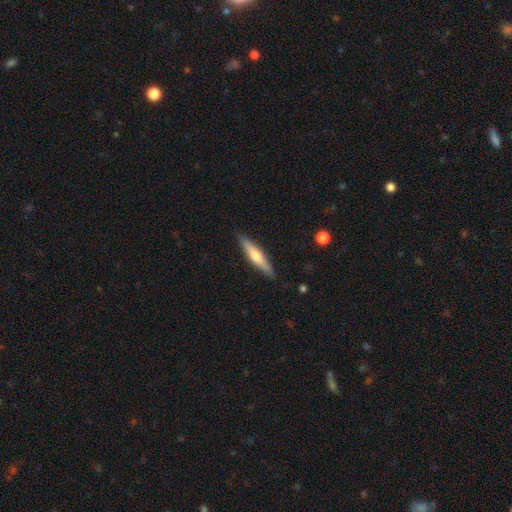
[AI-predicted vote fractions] Smooth or featured?
  - smooth: 53% *
  - featured or disk: 41%
  - star or artifact: 5%
How rounded?
  - cigar-shaped: 86% *
  - in between: 12%
  - round: 2%
Merging?
  - none: 89% *
  - minor disturbance: 8%
  - major disturbance: 2%
  - merger: 1%